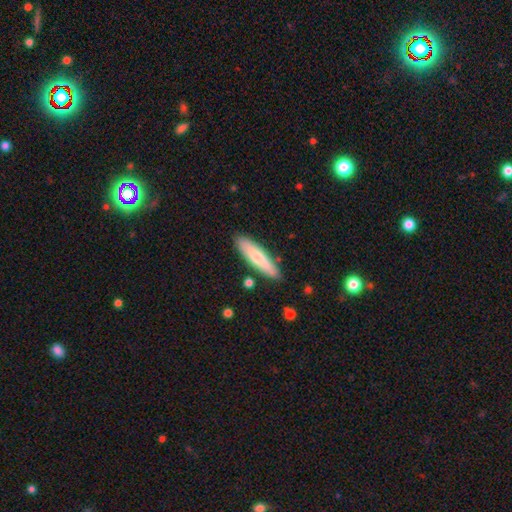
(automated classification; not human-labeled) smooth_or_featured: smooth (p=0.69) [alt: featured or disk p=0.26]
how_rounded: cigar-shaped (p=0.76) [alt: in between p=0.22]
merging: none (p=0.86) [alt: minor disturbance p=0.10]